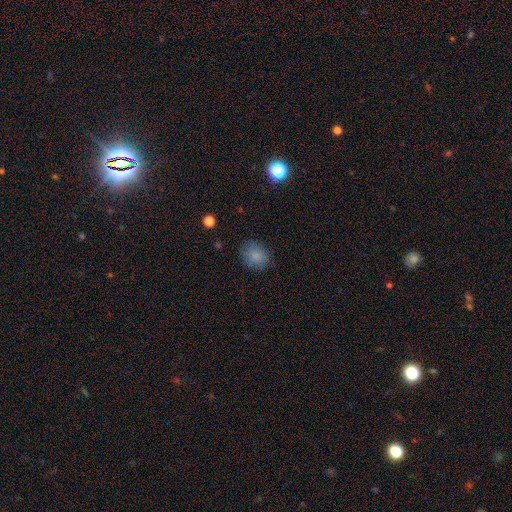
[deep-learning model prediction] This is clearly a smooth galaxy (83%). How rounded: likely round (66%). Merging: clearly none (81%).